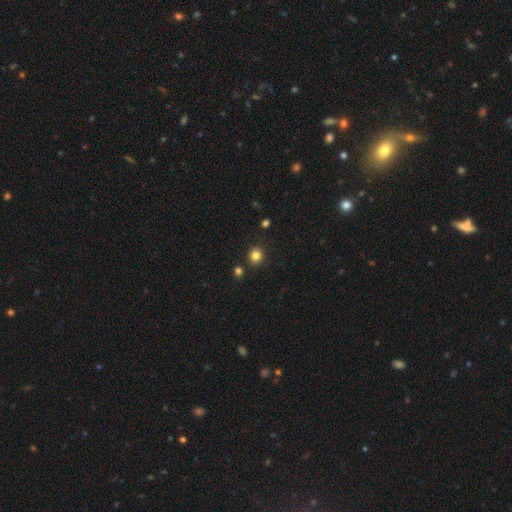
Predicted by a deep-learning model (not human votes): Overall: smooth (82%). How rounded: round (87%). Merging: none (87%).